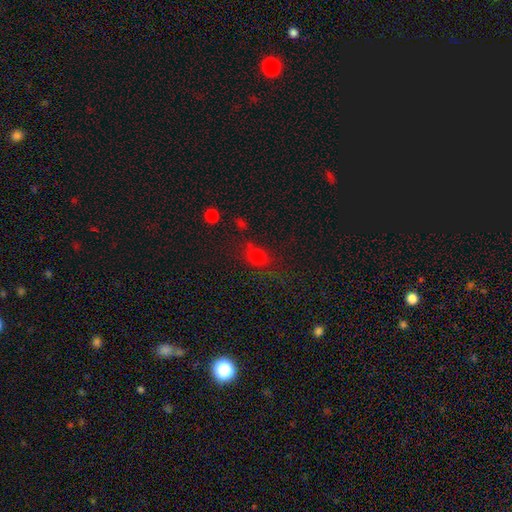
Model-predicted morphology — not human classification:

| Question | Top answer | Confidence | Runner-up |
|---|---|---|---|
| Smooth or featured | smooth | 60% | star or artifact (27%) |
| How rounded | round | 51% | in between (41%) |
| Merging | none | 67% | minor disturbance (17%) |